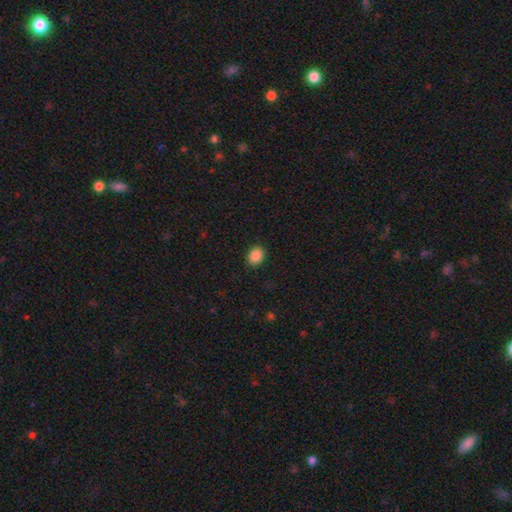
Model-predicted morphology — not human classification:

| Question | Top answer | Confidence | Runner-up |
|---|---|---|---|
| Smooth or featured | smooth | 88% | star or artifact (9%) |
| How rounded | in between | 52% | round (47%) |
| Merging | none | 89% | minor disturbance (8%) |